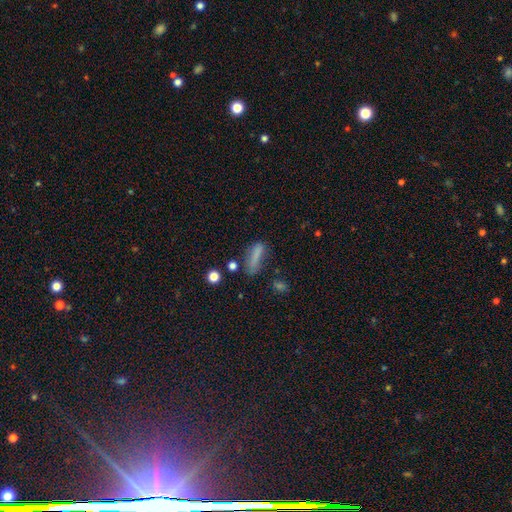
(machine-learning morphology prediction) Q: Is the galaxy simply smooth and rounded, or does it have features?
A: smooth — 75%.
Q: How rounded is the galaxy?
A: cigar-shaped — 58%.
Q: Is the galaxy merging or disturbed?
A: none — 52%.